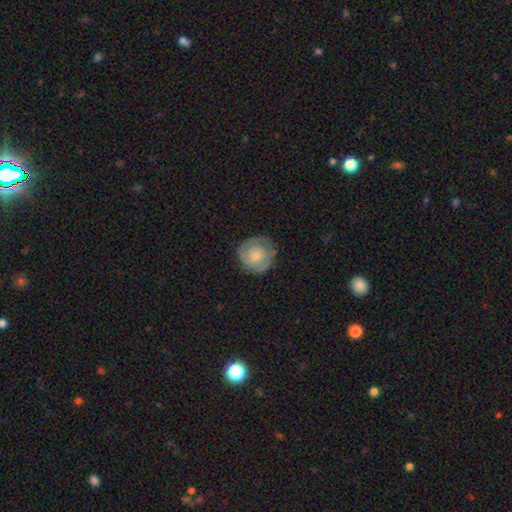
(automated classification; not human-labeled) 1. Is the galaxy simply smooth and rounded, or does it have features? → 47% smooth (tied), 47% featured or disk (tied), 6% star or artifact.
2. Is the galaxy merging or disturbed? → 73% none, 19% minor disturbance, 7% major disturbance, 1% merger.